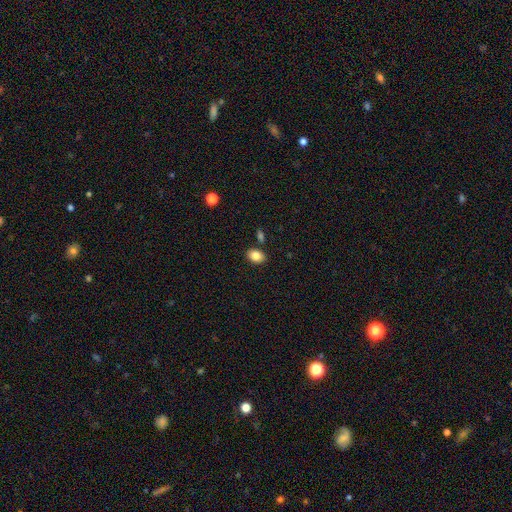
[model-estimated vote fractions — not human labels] smooth 85%, star or artifact 8%, featured or disk 7%. Down the decision tree: how rounded — in between (76%); merging — none (84%).